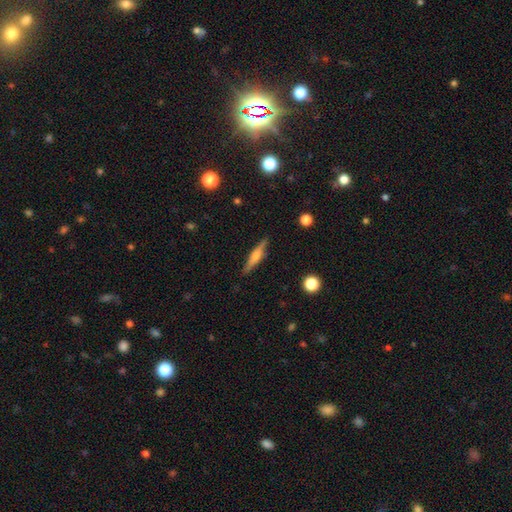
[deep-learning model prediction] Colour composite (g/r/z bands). It shows a featured or disk galaxy (61%) viewed edge-on (97%) with a rounded central bulge (78%). Merging: none (89%).